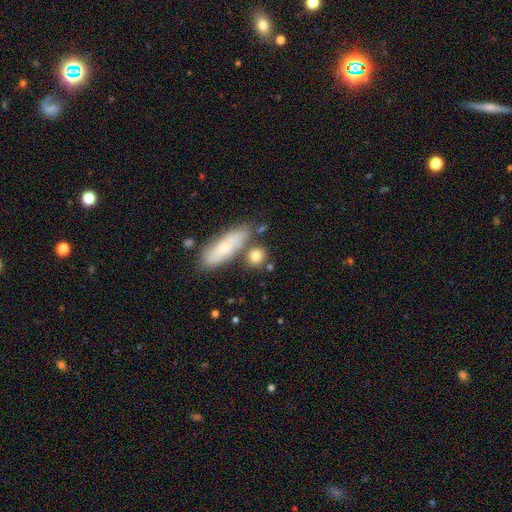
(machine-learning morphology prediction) Smooth or featured? Predicted: smooth (p=0.76). How rounded? Predicted: round (p=0.69). Merging? Predicted: none (p=0.66).